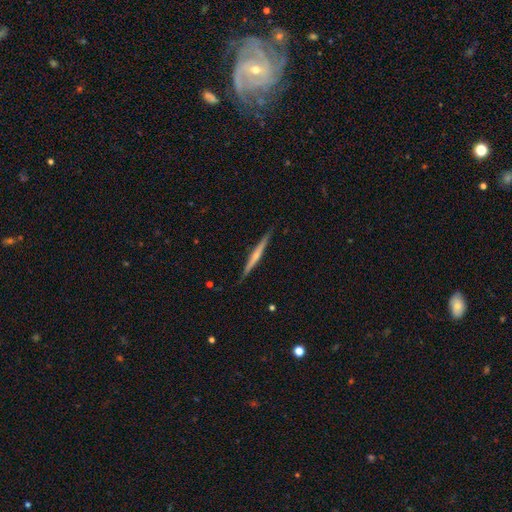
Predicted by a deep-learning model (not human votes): Smooth or featured?
  - featured or disk: 65% *
  - smooth: 30%
  - star or artifact: 5%
Edge-on disk?
  - yes: 98% *
  - no: 2%
Edge-on bulge?
  - rounded: 50% *
  - none: 41%
  - boxy: 8%
Merging?
  - none: 90% *
  - minor disturbance: 8%
  - major disturbance: 1%
  - merger: 1%